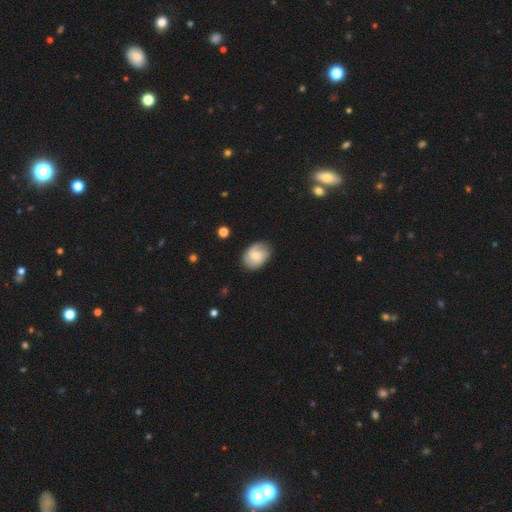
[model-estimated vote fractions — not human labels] Smooth or featured? smooth (55%)
How rounded? in between (70%)
Merging? none (75%)